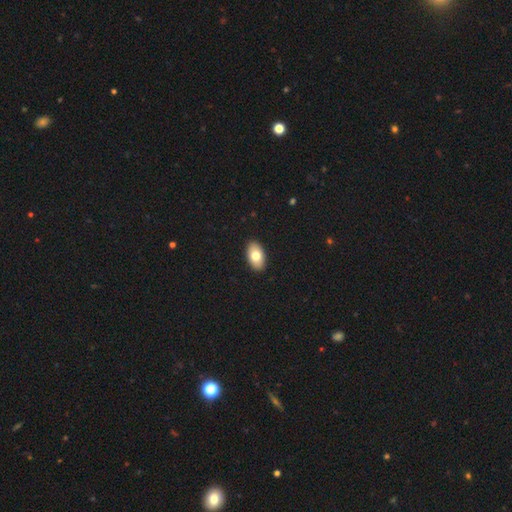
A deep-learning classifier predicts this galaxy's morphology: Smooth or featured? smooth (76%)
How rounded? in between (94%)
Merging? none (91%)